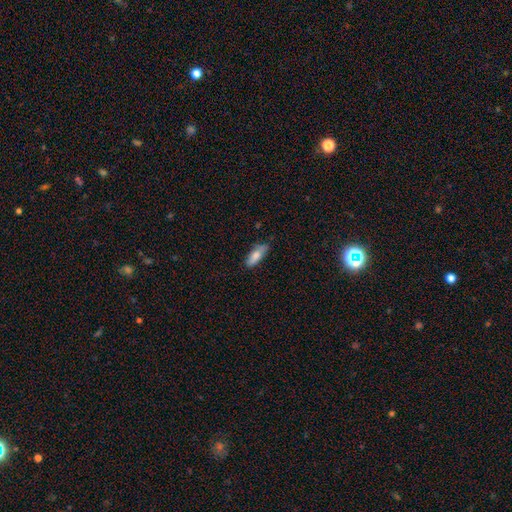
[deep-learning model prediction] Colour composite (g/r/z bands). It shows a smooth galaxy with no disk features (78%) that is in between round and cigar-shaped (63%). Merging: none (72%).